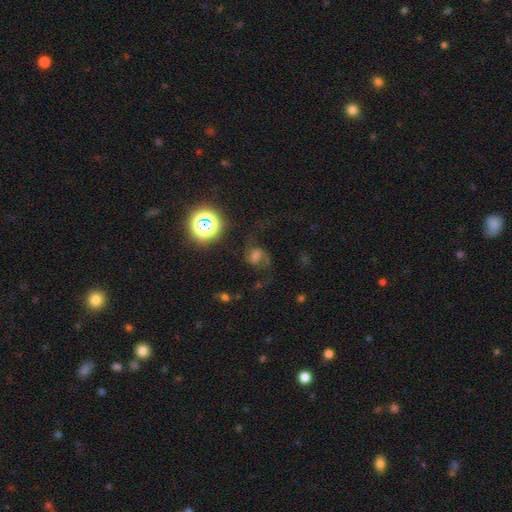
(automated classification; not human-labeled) featured or disk 49%, smooth 28%, star or artifact 23%. Down the decision tree: merging — none (59%).